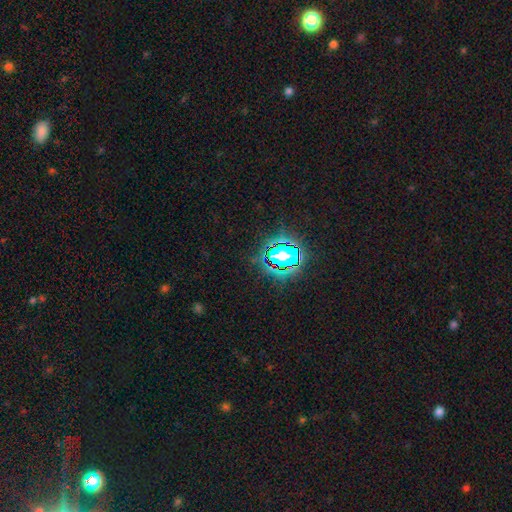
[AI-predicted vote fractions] Morphology: type=star or artifact (82%).